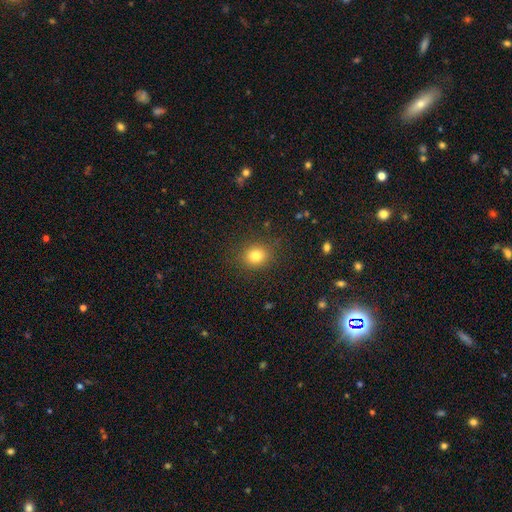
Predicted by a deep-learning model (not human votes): smooth_or_featured: smooth (p=0.81) [alt: star or artifact p=0.12]
how_rounded: round (p=0.70) [alt: in between p=0.29]
merging: none (p=0.86) [alt: minor disturbance p=0.09]